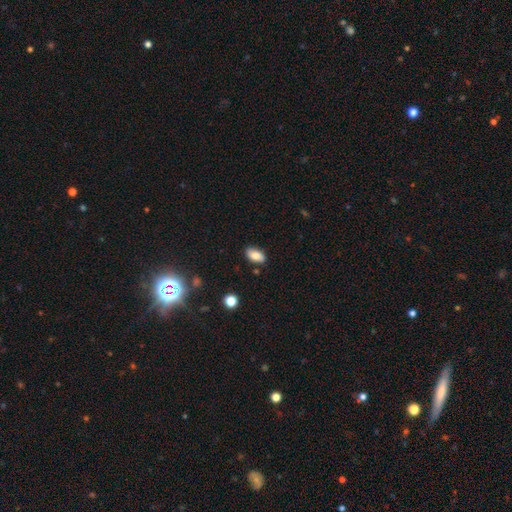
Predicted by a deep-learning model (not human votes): Overall: smooth (83%). How rounded: in between (93%). Merging: none (83%).